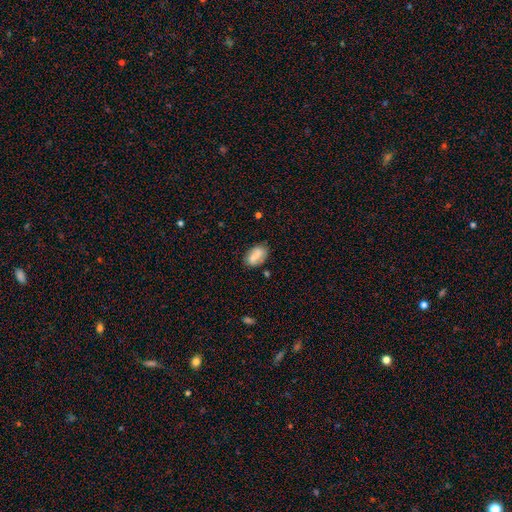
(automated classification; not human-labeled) Morphology: type=smooth (68%); roundness=in between (89%); merging=none (74%).